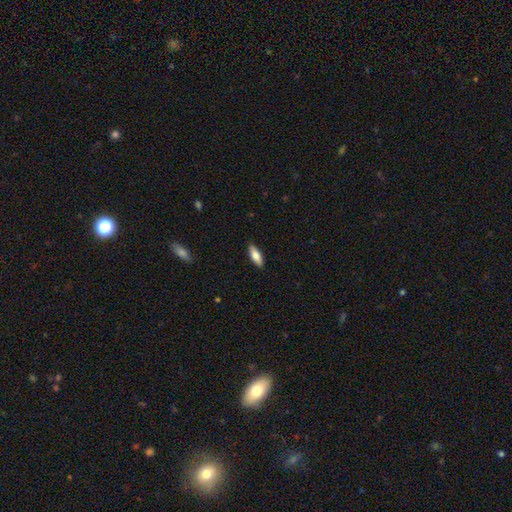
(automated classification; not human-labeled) Smooth or featured: smooth — 79% (featured or disk — 16%)
How rounded: in between — 66% (cigar-shaped — 32%)
Merging: none — 89% (minor disturbance — 8%)